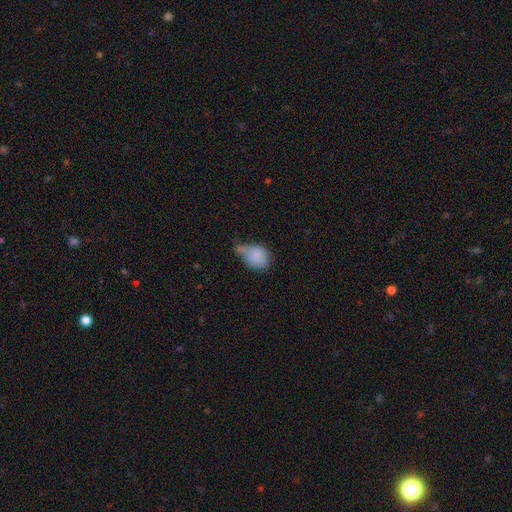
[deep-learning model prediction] Smooth or featured? smooth (79%)
How rounded? in between (70%)
Merging? minor disturbance (45%)